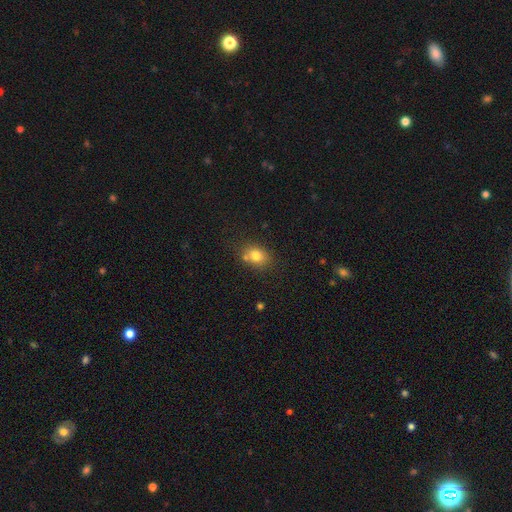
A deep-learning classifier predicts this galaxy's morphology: smooth-or-featured: smooth: 77% | star or artifact: 12% | featured or disk: 11%
  how-rounded: in between: 50% | round: 49% | cigar-shaped: 1%
  merging: none: 67% | merger: 15% | minor disturbance: 14% | major disturbance: 4%